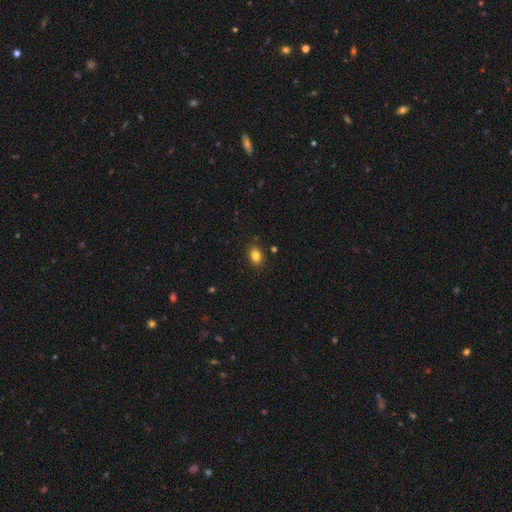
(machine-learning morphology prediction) smooth_or_featured: smooth (p=0.83) [alt: star or artifact p=0.11]
how_rounded: in between (p=0.72) [alt: round p=0.26]
merging: none (p=0.87) [alt: minor disturbance p=0.09]